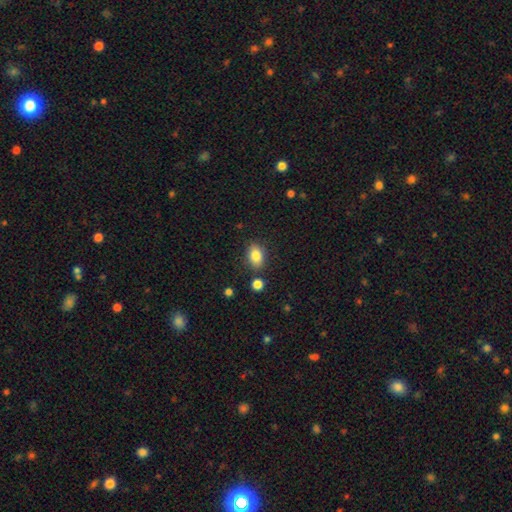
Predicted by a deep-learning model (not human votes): Smooth or featured? Predicted: smooth (p=0.83). How rounded? Predicted: in between (p=0.82). Merging? Predicted: none (p=0.81).